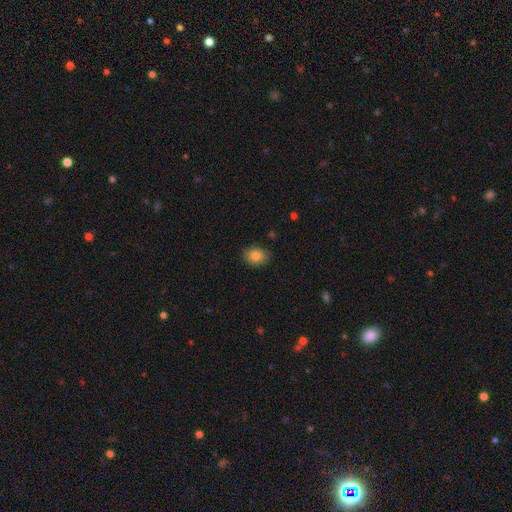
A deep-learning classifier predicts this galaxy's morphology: Smooth or featured? smooth (82%)
How rounded? in between (60%)
Merging? none (87%)